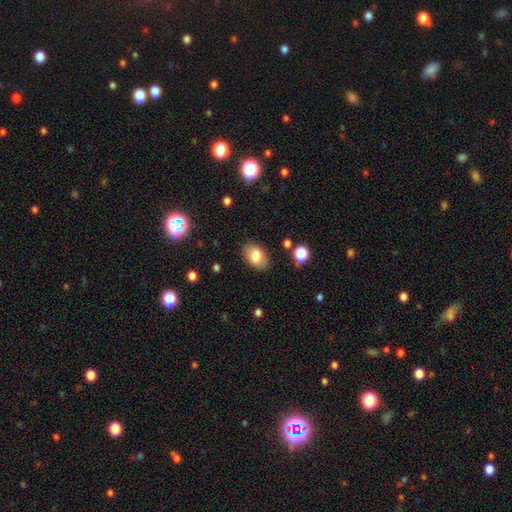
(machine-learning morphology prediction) smooth_or_featured: smooth (p=0.78) [alt: featured or disk p=0.14]
how_rounded: in between (p=0.88) [alt: round p=0.11]
merging: none (p=0.83) [alt: minor disturbance p=0.12]